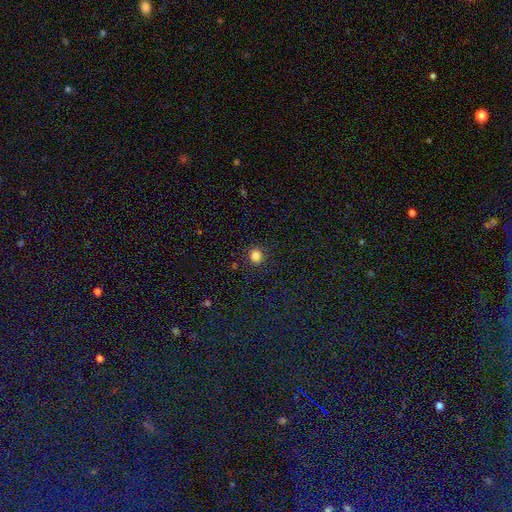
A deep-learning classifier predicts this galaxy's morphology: The model was most divided on "smooth or featured": smooth: 84%, star or artifact: 12%, featured or disk: 4%. More confident: merging — none (90%); how rounded — round (87%).